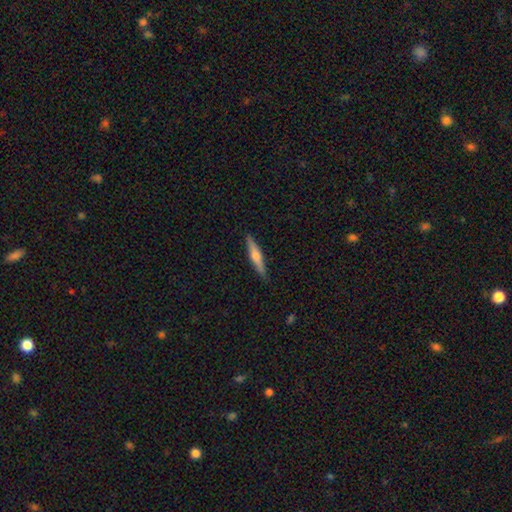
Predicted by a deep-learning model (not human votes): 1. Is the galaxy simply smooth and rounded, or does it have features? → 51% featured or disk, 44% smooth, 6% star or artifact.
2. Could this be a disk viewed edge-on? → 96% yes, 4% no.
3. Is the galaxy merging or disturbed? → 90% none, 8% minor disturbance, 2% major disturbance, 1% merger.